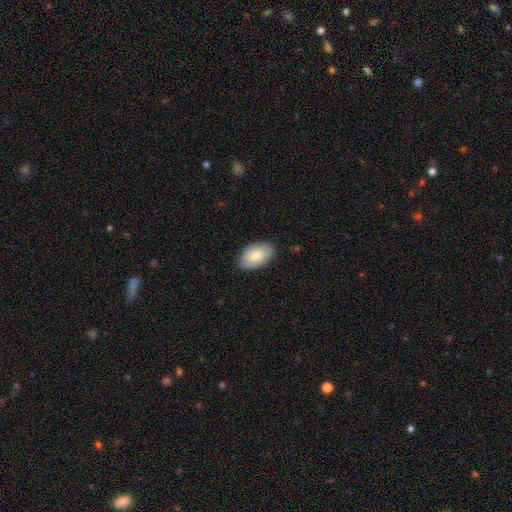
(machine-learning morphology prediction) Smooth or featured: smooth — 79% (featured or disk — 15%)
How rounded: in between — 94% (round — 5%)
Merging: none — 83% (minor disturbance — 14%)